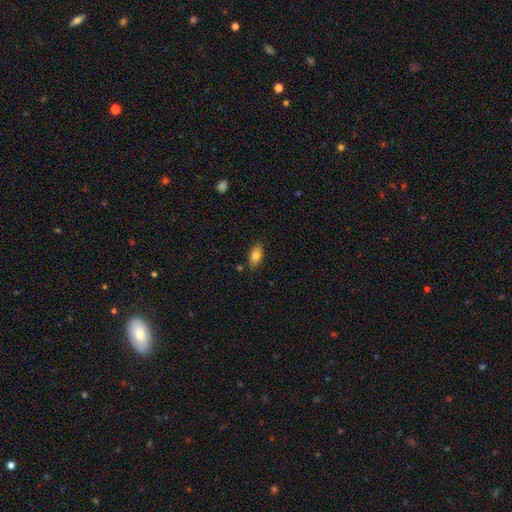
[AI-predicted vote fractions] Overall: smooth (79%). How rounded: in between (90%). Merging: none (85%).